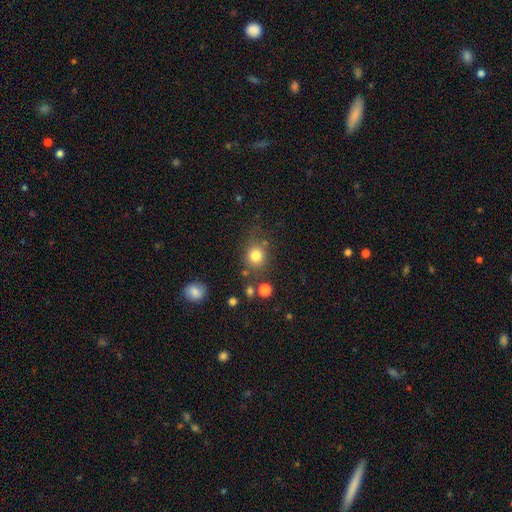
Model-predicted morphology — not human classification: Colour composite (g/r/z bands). It shows a smooth galaxy with no disk features (80%) that is round (82%). Merging: none (72%).